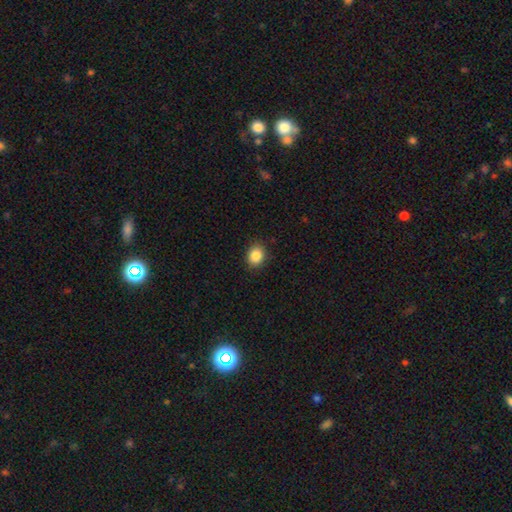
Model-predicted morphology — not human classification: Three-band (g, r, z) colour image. It shows a smooth galaxy with no disk features (86%) that is round (58%). Merging: none (89%).